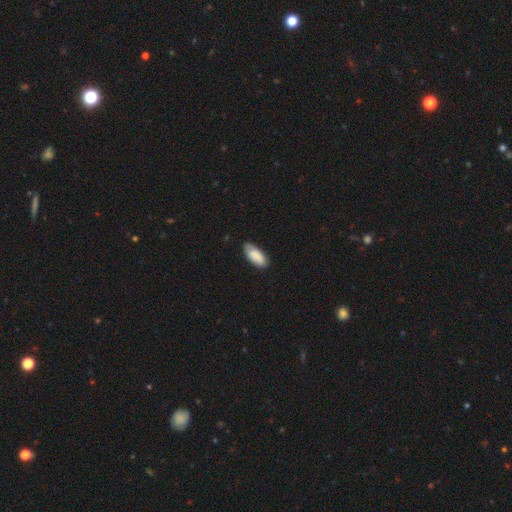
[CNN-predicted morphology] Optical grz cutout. It shows a smooth galaxy with no disk features (87%) that is in between round and cigar-shaped (88%). Merging: none (79%).